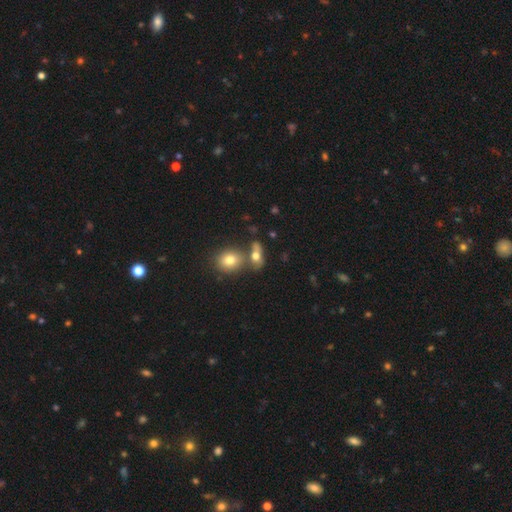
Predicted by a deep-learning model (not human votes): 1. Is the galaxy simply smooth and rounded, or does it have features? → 69% smooth, 19% featured or disk, 11% star or artifact.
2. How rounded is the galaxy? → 67% in between, 23% round, 10% cigar-shaped.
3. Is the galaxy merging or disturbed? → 49% none, 33% merger, 12% minor disturbance, 6% major disturbance.